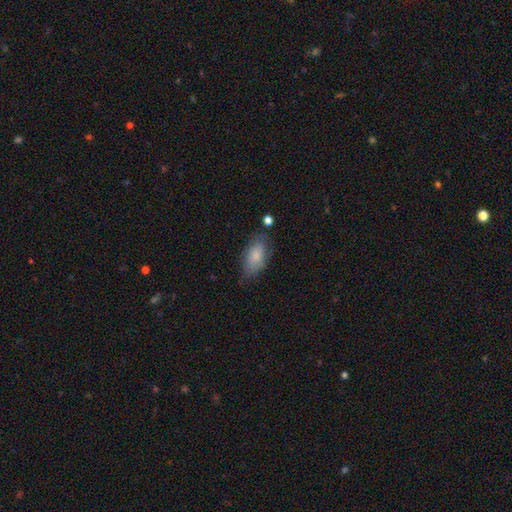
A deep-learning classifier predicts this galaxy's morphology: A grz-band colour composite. It shows a smooth galaxy with no disk features (78%) that is in between round and cigar-shaped (90%). Merging: none (63%).